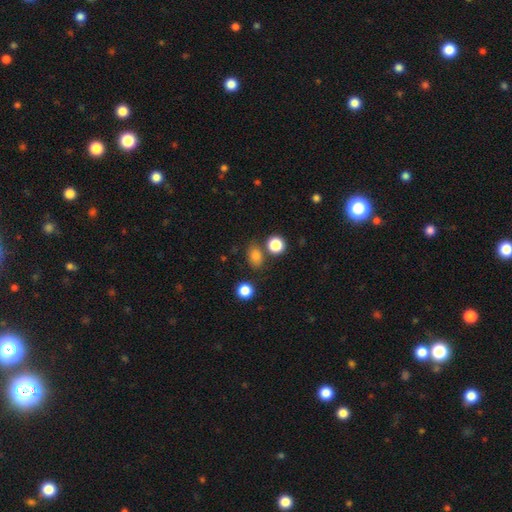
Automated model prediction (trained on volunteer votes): smooth-or-featured: smooth: 80% | star or artifact: 14% | featured or disk: 6%
  how-rounded: in between: 65% | round: 33% | cigar-shaped: 2%
  merging: none: 74% | minor disturbance: 13% | merger: 10% | major disturbance: 4%